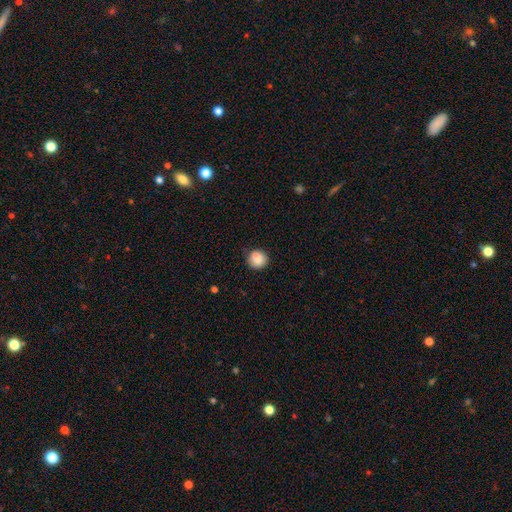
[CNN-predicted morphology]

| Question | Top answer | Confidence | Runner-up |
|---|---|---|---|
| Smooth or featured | smooth | 81% | featured or disk (11%) |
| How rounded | round | 82% | in between (17%) |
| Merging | none | 72% | minor disturbance (15%) |